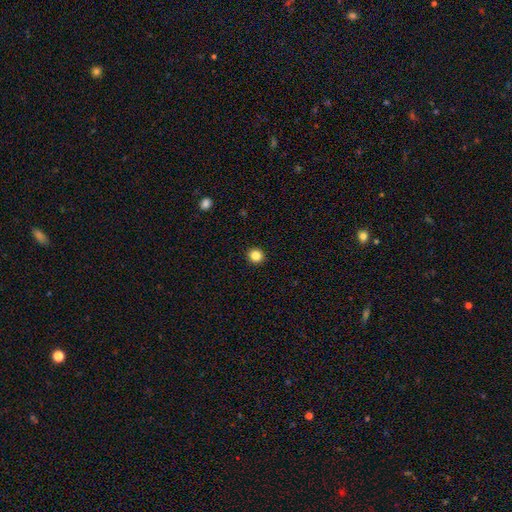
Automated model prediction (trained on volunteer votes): Smooth or featured?
  - smooth: 85% *
  - star or artifact: 11%
  - featured or disk: 4%
How rounded?
  - round: 91% *
  - in between: 8%
  - cigar-shaped: 1%
Merging?
  - none: 93% *
  - minor disturbance: 5%
  - major disturbance: 2%
  - merger: 1%